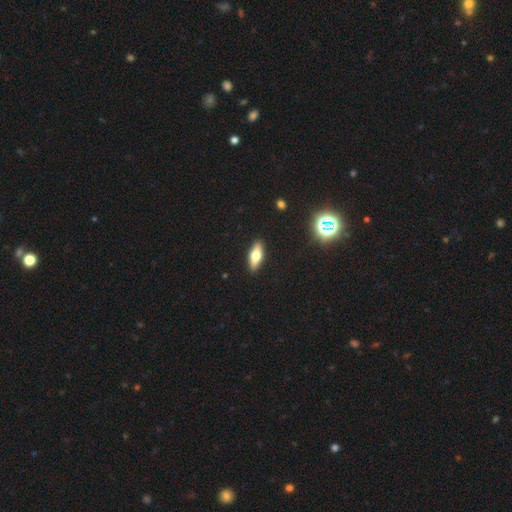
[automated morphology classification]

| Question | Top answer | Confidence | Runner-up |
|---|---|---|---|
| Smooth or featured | smooth | 60% | featured or disk (32%) |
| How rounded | in between | 63% | cigar-shaped (34%) |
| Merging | none | 90% | minor disturbance (7%) |